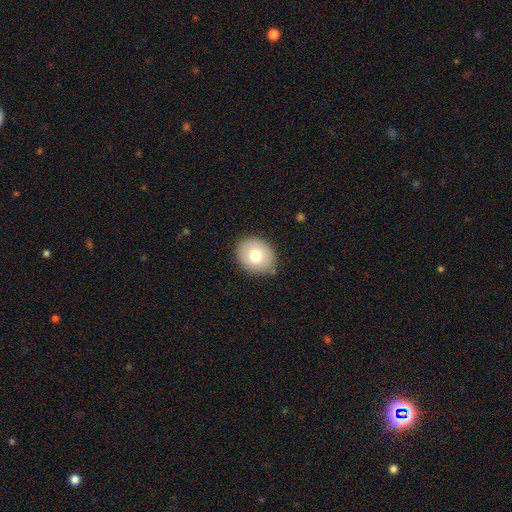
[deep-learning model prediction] This appears to be a smooth galaxy with no disk features (72%) that is round (59%). Merging: none (81%).